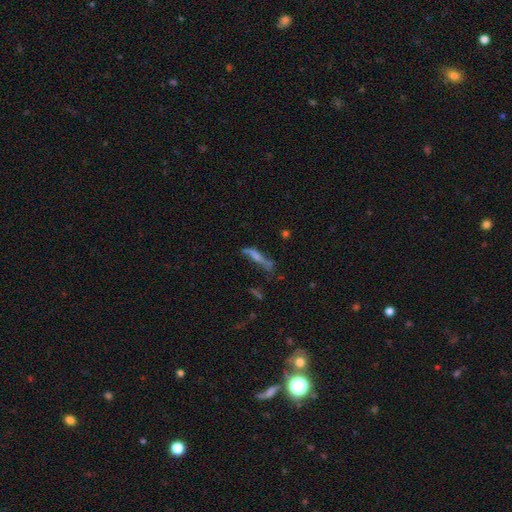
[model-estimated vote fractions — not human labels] Smooth or featured: featured or disk — 45% (smooth — 36%)
Merging: none — 42% (major disturbance — 24%)